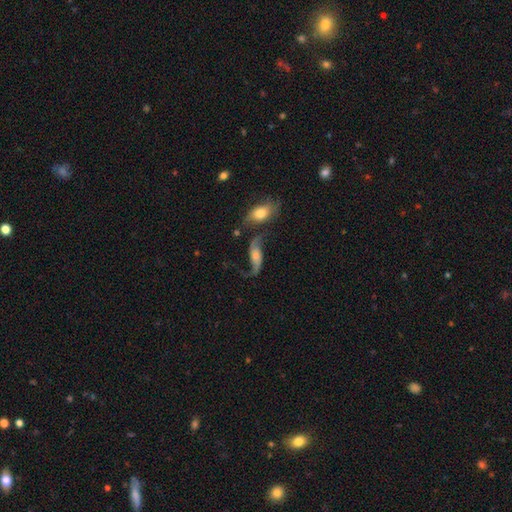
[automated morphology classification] Smooth or featured? Predicted: featured or disk (p=0.76). Edge-on disk? Predicted: no (p=0.92). Bar? Predicted: no (p=0.57). Spiral arms? Predicted: yes (p=0.93). Spiral winding? Predicted: loose (p=0.88). Spiral arm count? Predicted: 2 (p=0.90). Bulge size? Predicted: small (p=0.31). Merging? Predicted: none (p=0.49).